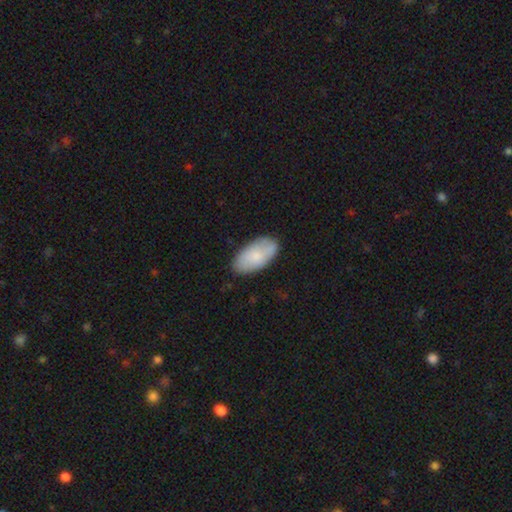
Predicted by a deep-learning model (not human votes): Smooth or featured? smooth (75%)
How rounded? in between (95%)
Merging? none (81%)